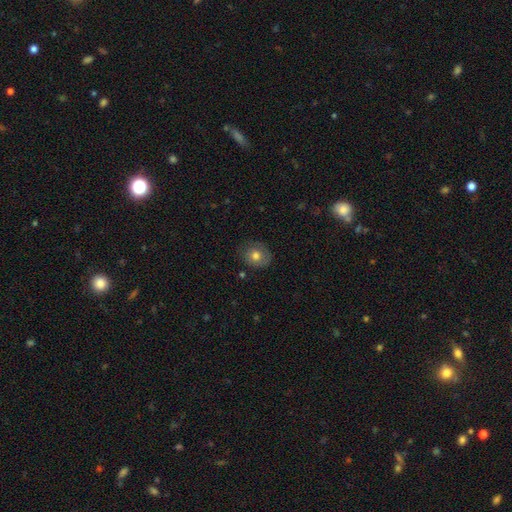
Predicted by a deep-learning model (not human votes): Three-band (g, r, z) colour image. It shows a smooth galaxy with no disk features (70%) that is round (76%). Merging: none (77%).